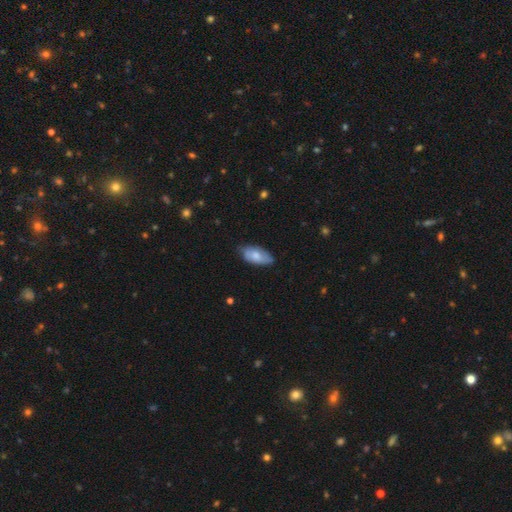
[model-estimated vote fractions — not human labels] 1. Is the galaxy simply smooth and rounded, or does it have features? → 68% smooth, 26% featured or disk, 6% star or artifact.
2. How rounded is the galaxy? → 91% in between, 6% cigar-shaped, 3% round.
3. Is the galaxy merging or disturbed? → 69% none, 26% minor disturbance, 4% major disturbance, 1% merger.